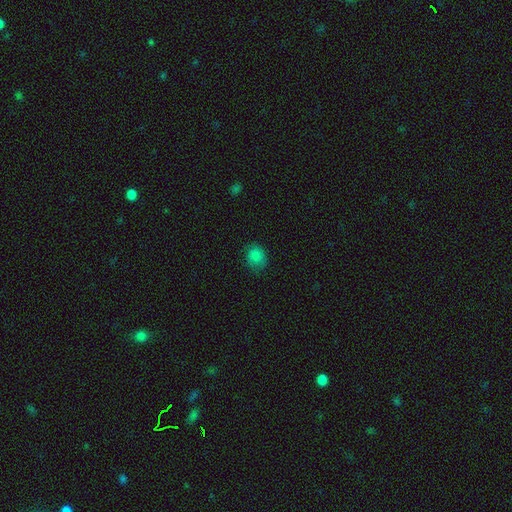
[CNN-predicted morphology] The model was most divided on "how rounded": round: 63%, in between: 36%, cigar-shaped: 1%. More confident: smooth or featured — smooth (83%); merging — none (72%).